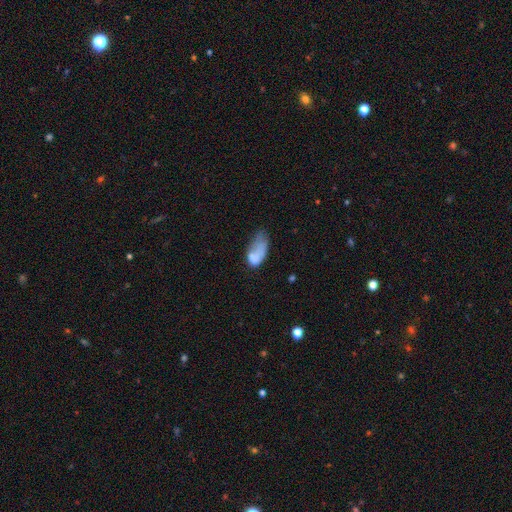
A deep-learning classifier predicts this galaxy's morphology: Smooth or featured?
  - smooth: 67% *
  - featured or disk: 24%
  - star or artifact: 9%
How rounded?
  - in between: 91% *
  - round: 5%
  - cigar-shaped: 4%
Merging?
  - major disturbance: 44% *
  - minor disturbance: 29%
  - none: 18%
  - merger: 9%